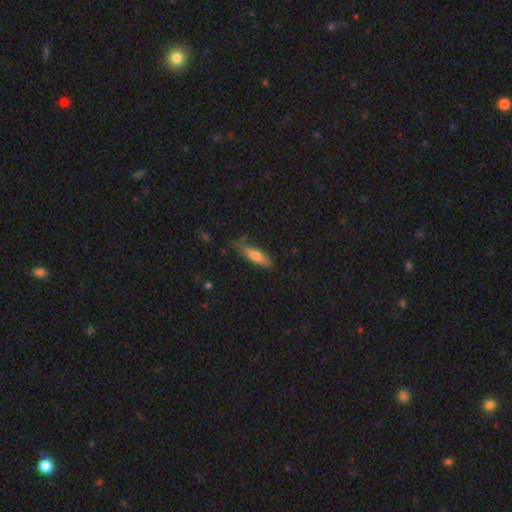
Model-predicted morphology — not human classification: Smooth or featured?
  - smooth: 74% *
  - featured or disk: 19%
  - star or artifact: 7%
How rounded?
  - cigar-shaped: 57% *
  - in between: 41%
  - round: 2%
Merging?
  - none: 68% *
  - minor disturbance: 25%
  - major disturbance: 5%
  - merger: 2%